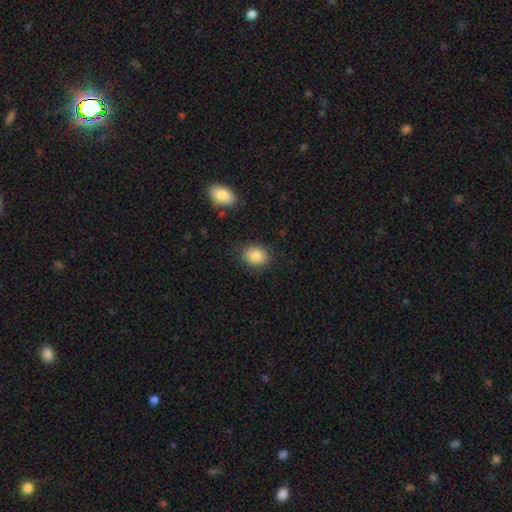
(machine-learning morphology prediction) Overall: smooth (86%). How rounded: round (56%; in between 44%). Merging: none (85%).